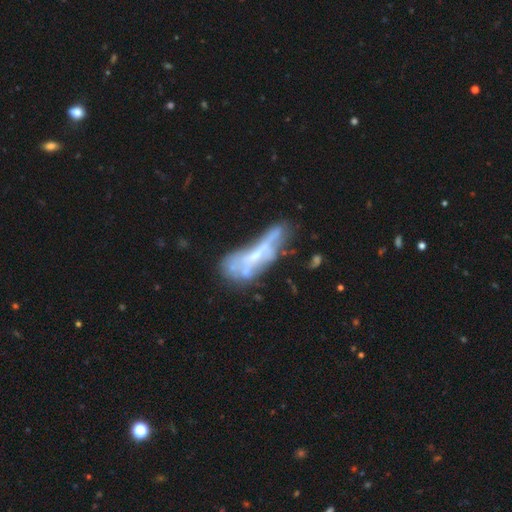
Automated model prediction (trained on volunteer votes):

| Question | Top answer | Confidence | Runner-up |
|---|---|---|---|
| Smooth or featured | featured or disk | 60% | smooth (29%) |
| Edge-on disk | no | 76% | yes (24%) |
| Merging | none | 30% | major disturbance (29%) |